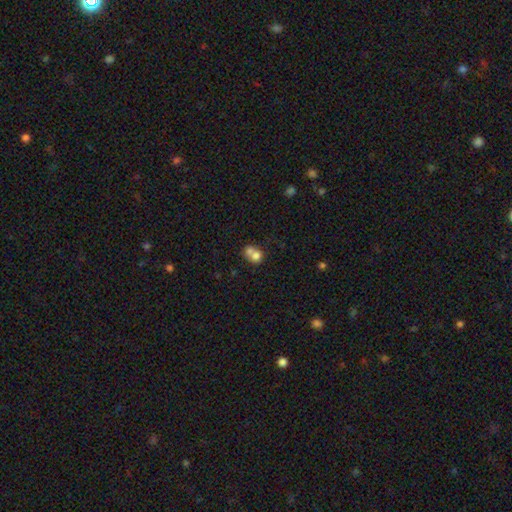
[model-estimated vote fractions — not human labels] Smooth or featured? smooth (72%)
How rounded? round (65%)
Merging? merger (63%)